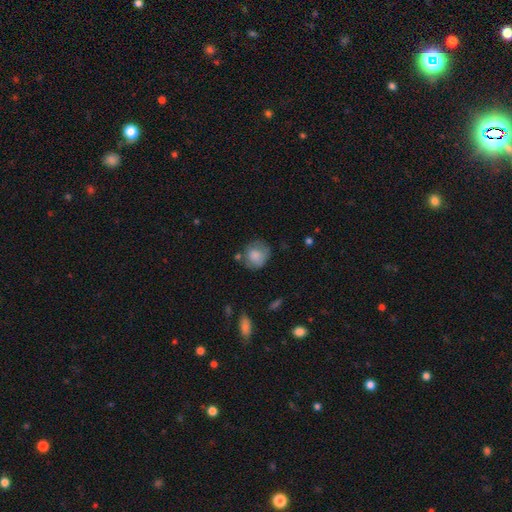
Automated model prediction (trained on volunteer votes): Smooth or featured? smooth (73%)
How rounded? round (80%)
Merging? none (58%)